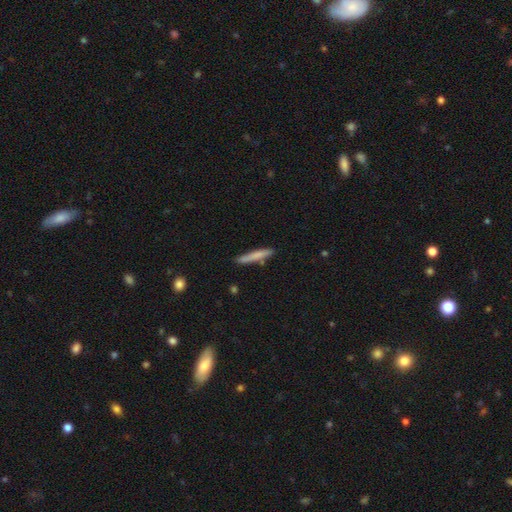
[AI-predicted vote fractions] A smooth galaxy with no disk features (74%) that is cigar-shaped (94%). Merging: none (82%).